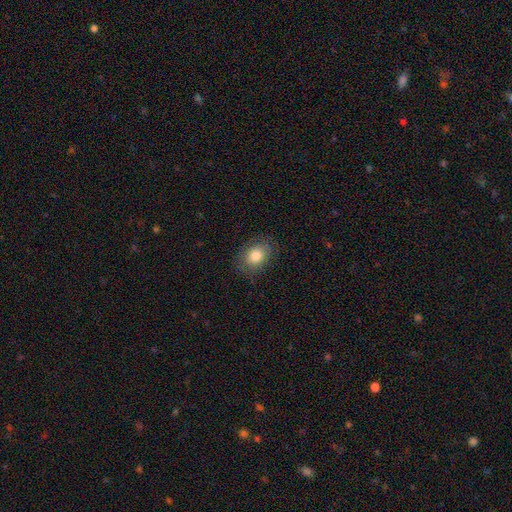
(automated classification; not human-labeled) smooth-or-featured: smooth: 81% | featured or disk: 10% | star or artifact: 8%
  how-rounded: in between: 70% | round: 29% | cigar-shaped: 1%
  merging: none: 81% | minor disturbance: 14% | major disturbance: 4% | merger: 1%